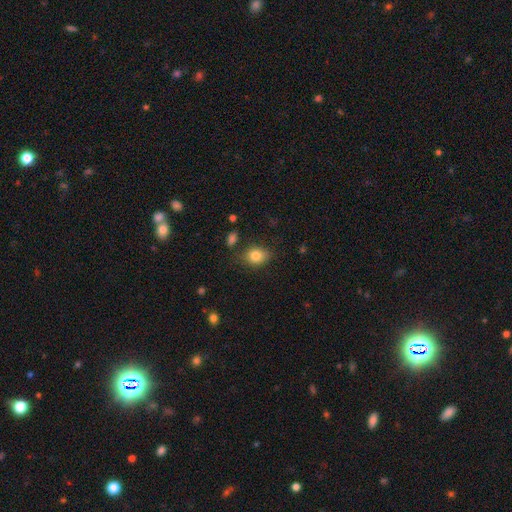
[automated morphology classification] The model was most divided on "how rounded": in between: 61%, round: 38%, cigar-shaped: 1%. More confident: smooth or featured — smooth (82%); merging — none (73%).